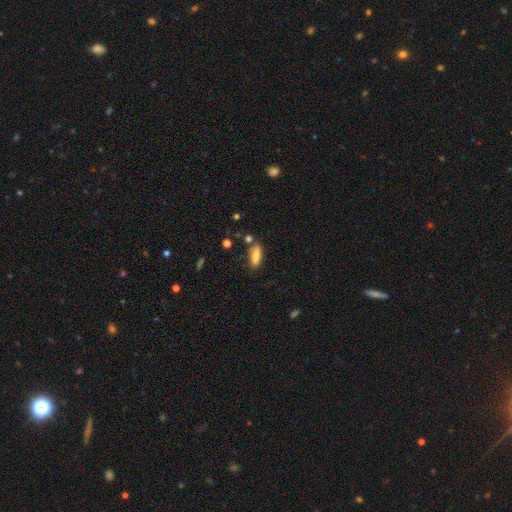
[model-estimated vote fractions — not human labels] smooth-or-featured: smooth: 82% | featured or disk: 10% | star or artifact: 8%
  how-rounded: in between: 51% | cigar-shaped: 47% | round: 2%
  merging: none: 74% | minor disturbance: 16% | merger: 6% | major disturbance: 4%